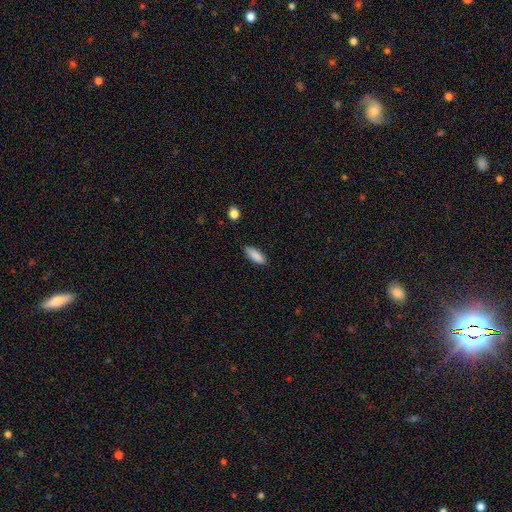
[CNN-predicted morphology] A smooth galaxy with no disk features (88%) that is in between round and cigar-shaped (68%).

Vote fractions:
- Smooth or featured? smooth: 88% / star or artifact: 7% / featured or disk: 5%
- How rounded? in between: 68% / cigar-shaped: 30% / round: 2%
- Merging? none: 83% / minor disturbance: 13% / major disturbance: 2% / merger: 1%